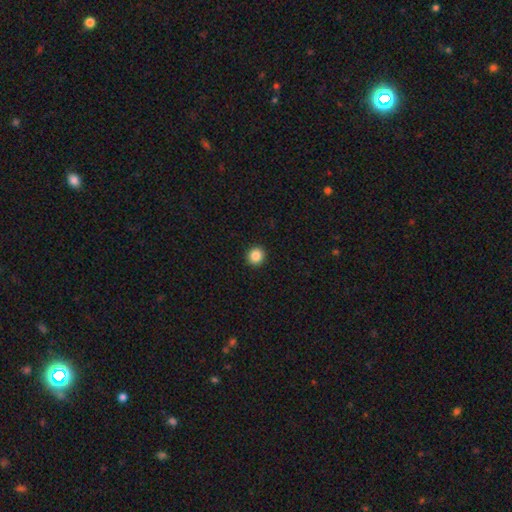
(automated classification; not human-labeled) The model was most divided on "smooth or featured": smooth: 86%, star or artifact: 10%, featured or disk: 4%. More confident: merging — none (93%); how rounded — round (91%).